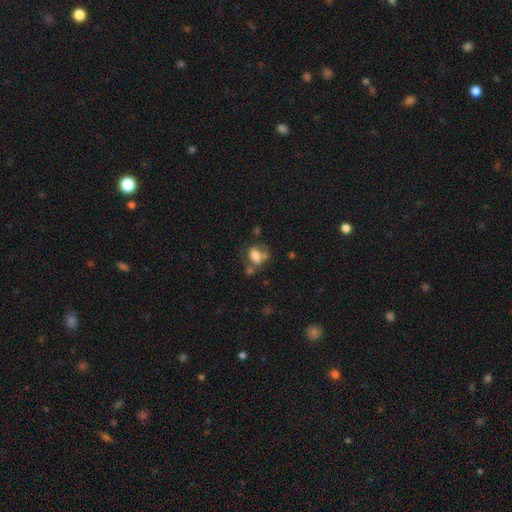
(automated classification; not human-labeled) smooth 68%, featured or disk 21%, star or artifact 11%. Down the decision tree: how rounded — in between (76%); merging — none (36%).